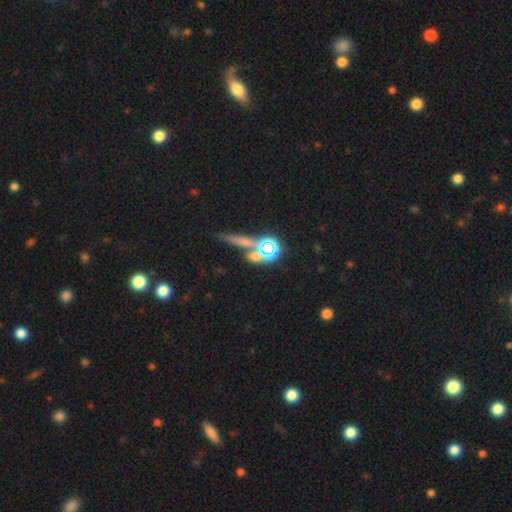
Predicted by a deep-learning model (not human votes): Smooth or featured? star or artifact (43%)